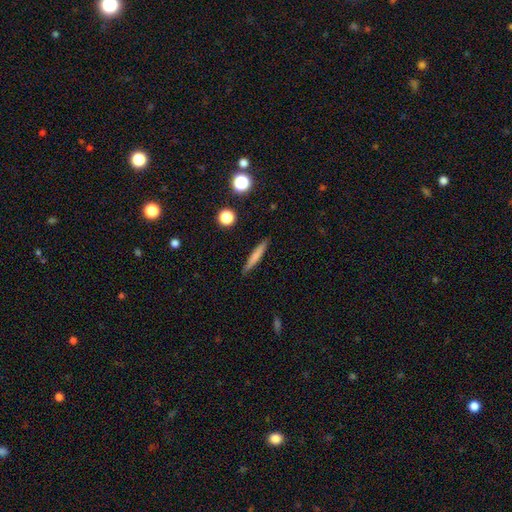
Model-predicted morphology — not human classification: smooth_or_featured: smooth (p=0.70) [alt: featured or disk p=0.23]
how_rounded: cigar-shaped (p=0.93) [alt: in between p=0.05]
merging: none (p=0.89) [alt: minor disturbance p=0.08]